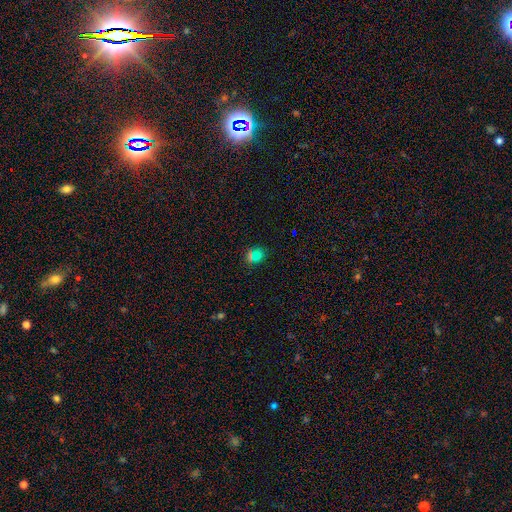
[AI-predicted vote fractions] A smooth galaxy with no disk features (65%) that is round (61%). Merging: none (73%).